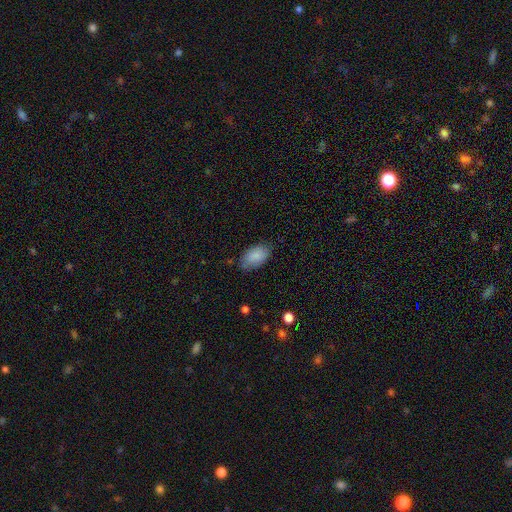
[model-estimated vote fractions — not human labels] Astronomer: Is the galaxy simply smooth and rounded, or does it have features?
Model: smooth — 86%.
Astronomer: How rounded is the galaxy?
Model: in between — 93%.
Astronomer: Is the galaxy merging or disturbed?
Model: none — 71%.